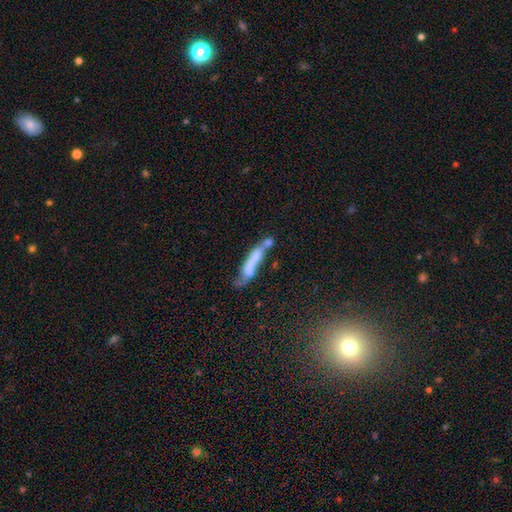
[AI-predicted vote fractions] smooth_or_featured: smooth (p=0.54) [alt: featured or disk p=0.37]
how_rounded: cigar-shaped (p=0.78) [alt: in between p=0.19]
merging: merger (p=0.44) [alt: none p=0.24]